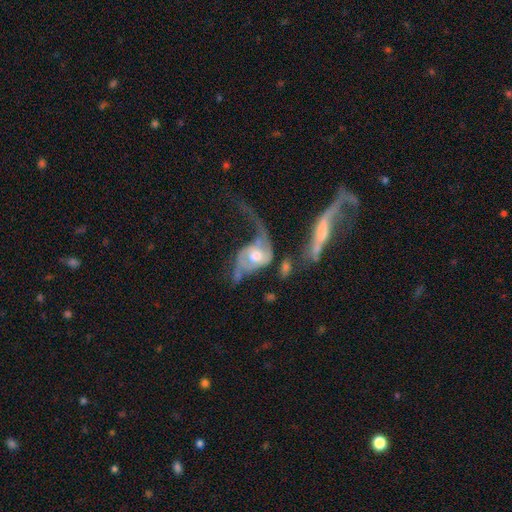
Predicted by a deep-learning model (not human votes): Smooth or featured? Predicted: featured or disk (p=0.76). Edge-on disk? Predicted: no (p=0.94). Bar? Predicted: no (p=0.66). Spiral arms? Predicted: yes (p=0.85). Spiral winding? Predicted: loose (p=0.64). Spiral arm count? Predicted: 2 (p=0.47). Bulge size? Predicted: moderate (p=0.64). Merging? Predicted: major disturbance (p=0.45).